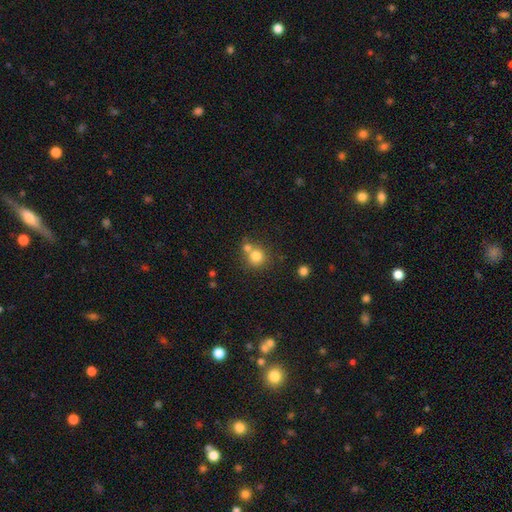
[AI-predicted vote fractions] This appears to be a smooth galaxy with no disk features (78%) that is round (88%). Merging: none (52%).